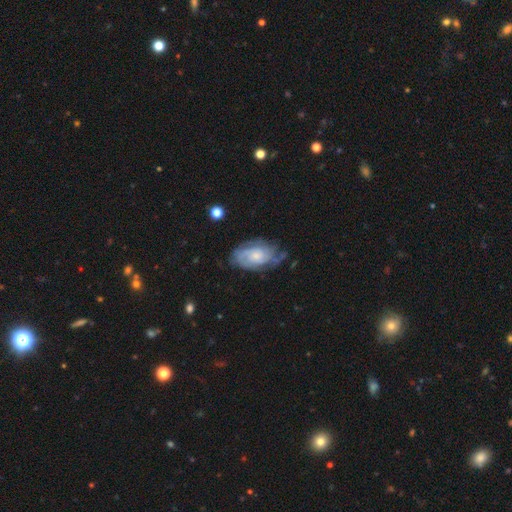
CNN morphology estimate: smooth_or_featured: featured or disk (p=0.72) [alt: smooth p=0.22]
disk_edge_on: no (p=0.96) [alt: yes p=0.04]
bar: no (p=0.76) [alt: weak p=0.21]
has_spiral_arms: yes (p=0.88) [alt: no p=0.12]
spiral_winding: tight (p=0.61) [alt: medium p=0.30]
spiral_arm_count: can't tell (p=0.45) [alt: 2 p=0.29]
bulge_size: small (p=0.61) [alt: moderate p=0.27]
merging: none (p=0.60) [alt: minor disturbance p=0.25]